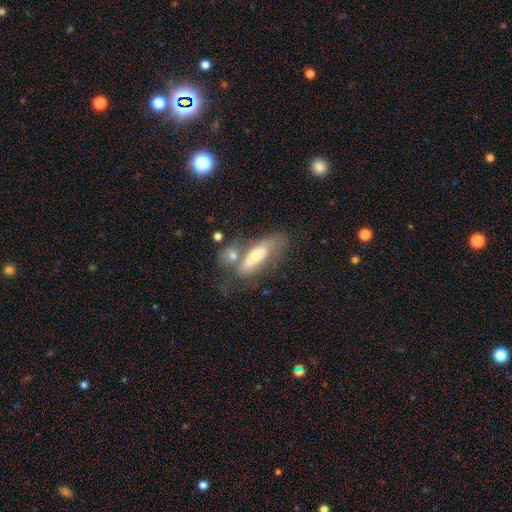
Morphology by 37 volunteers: This is likely a featured or disk galaxy (65%). It is possibly not viewed edge-on (58%). Bar: likely no (79%). Spiral arm pattern: possibly yes (57%). Spiral arm count: marginally 1 (38%). Spiral winding: possibly tight (50%). Central bulge: likely moderate (64%). Merging: marginally merger (42%).